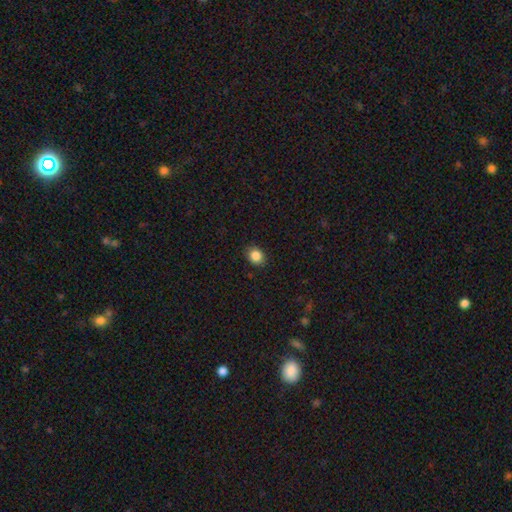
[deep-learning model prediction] smooth_or_featured: smooth (p=0.86) [alt: star or artifact p=0.10]
how_rounded: round (p=0.62) [alt: in between p=0.37]
merging: none (p=0.88) [alt: minor disturbance p=0.09]